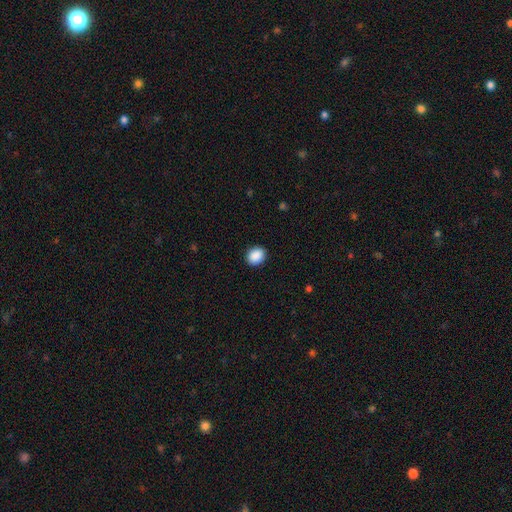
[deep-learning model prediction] Q: Smooth or featured?
A: smooth (90%); runner-up: star or artifact (8%)
Q: How rounded?
A: round (60%); runner-up: in between (39%)
Q: Merging?
A: none (90%); runner-up: minor disturbance (7%)